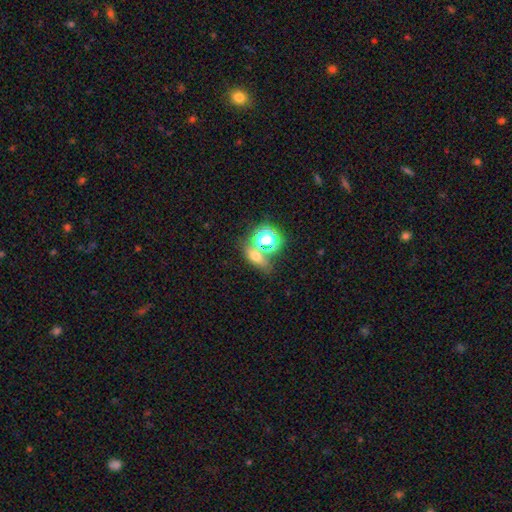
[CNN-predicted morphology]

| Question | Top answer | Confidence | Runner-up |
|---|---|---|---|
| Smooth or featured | smooth | 60% | star or artifact (26%) |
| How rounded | in between | 51% | round (38%) |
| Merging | none | 59% | merger (24%) |